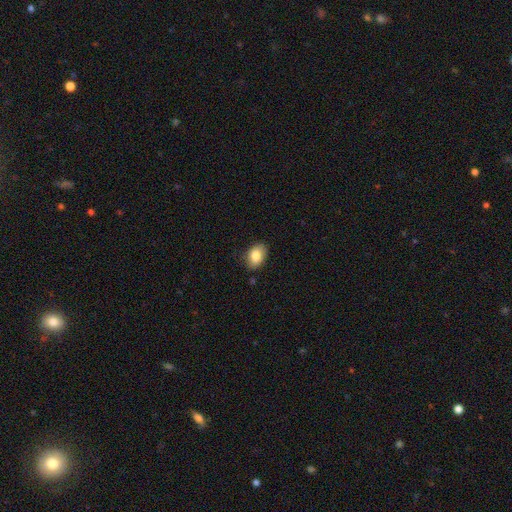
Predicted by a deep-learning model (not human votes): Smooth or featured: smooth — 84% (featured or disk — 9%)
How rounded: in between — 84% (round — 15%)
Merging: none — 82% (minor disturbance — 14%)